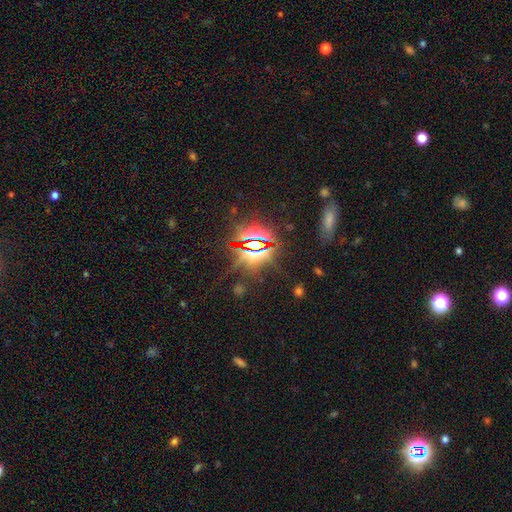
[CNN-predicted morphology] star or artifact 78%, smooth 13%, featured or disk 9%.